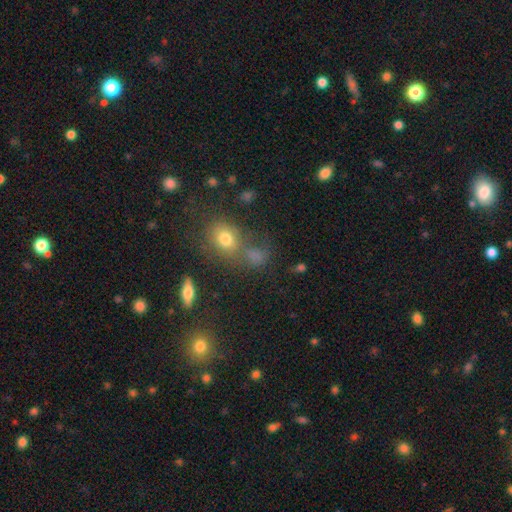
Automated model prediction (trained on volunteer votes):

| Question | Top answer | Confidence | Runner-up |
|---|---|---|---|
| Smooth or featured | smooth | 67% | star or artifact (21%) |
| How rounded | in between | 48% | tied: round (48%) |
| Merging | none | 47% | merger (28%) |